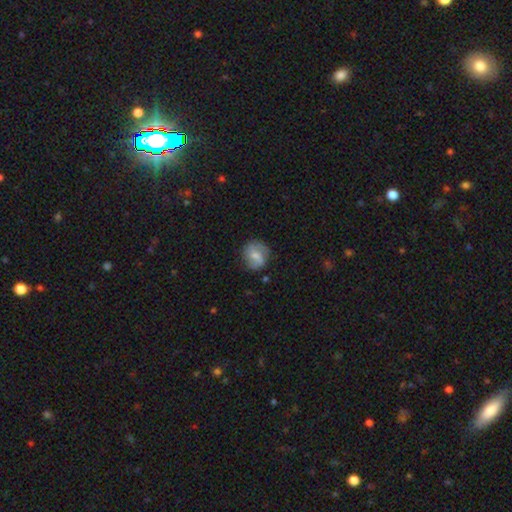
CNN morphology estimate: smooth_or_featured: smooth (p=0.49) [alt: featured or disk p=0.44]
merging: none (p=0.72) [alt: minor disturbance p=0.20]